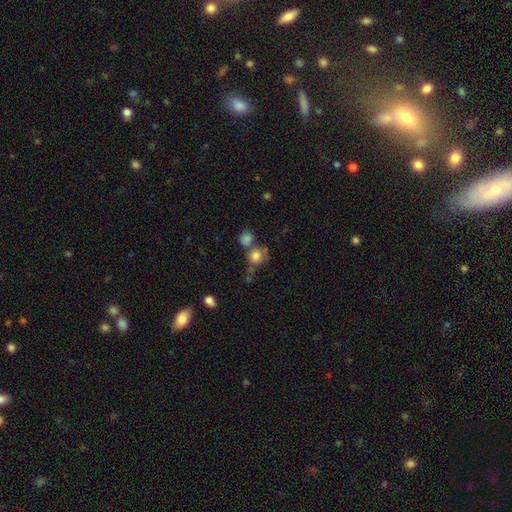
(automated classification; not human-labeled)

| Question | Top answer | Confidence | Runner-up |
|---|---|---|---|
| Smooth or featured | smooth | 78% | star or artifact (11%) |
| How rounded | round | 84% | in between (15%) |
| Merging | none | 45% | merger (34%) |